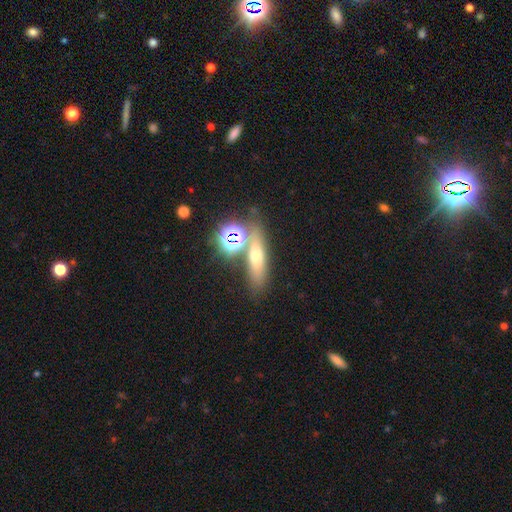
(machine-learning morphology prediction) Smooth or featured: smooth — 49% (star or artifact — 26%)
Merging: none — 69% (merger — 16%)